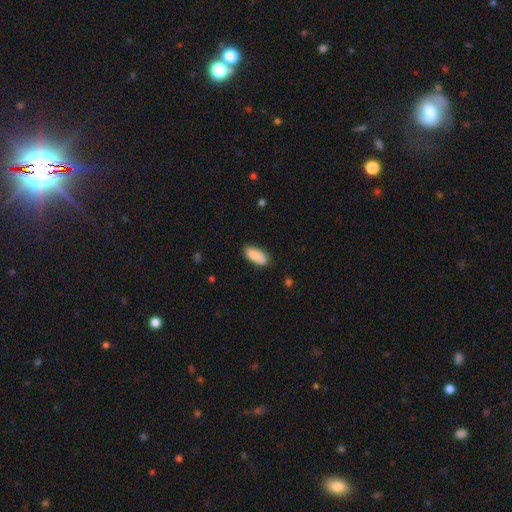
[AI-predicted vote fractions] Q: Smooth or featured?
A: smooth (88%); runner-up: star or artifact (6%)
Q: How rounded?
A: in between (85%); runner-up: cigar-shaped (13%)
Q: Merging?
A: none (81%); runner-up: minor disturbance (14%)